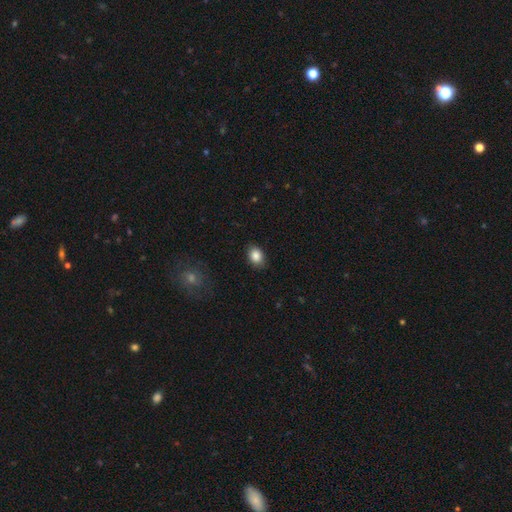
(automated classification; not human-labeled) Smooth or featured? Predicted: smooth (p=0.86). How rounded? Predicted: in between (p=0.71). Merging? Predicted: none (p=0.87).